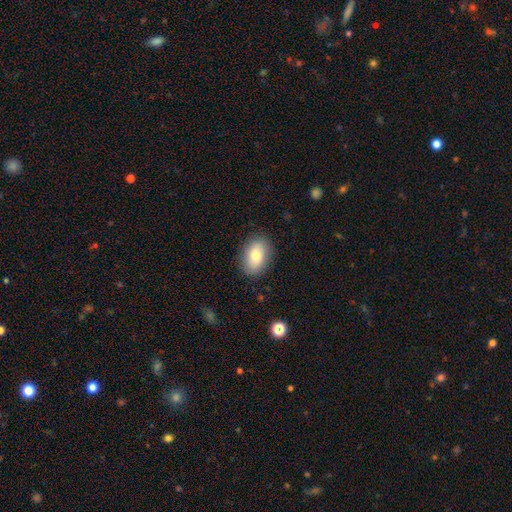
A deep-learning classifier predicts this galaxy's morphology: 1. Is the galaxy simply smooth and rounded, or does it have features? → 80% smooth, 13% featured or disk, 7% star or artifact.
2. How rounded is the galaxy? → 87% in between, 11% round, 2% cigar-shaped.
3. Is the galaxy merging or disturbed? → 86% none, 10% minor disturbance, 3% major disturbance, 1% merger.